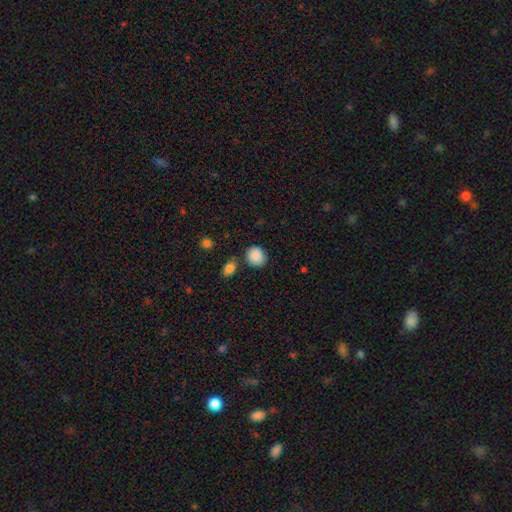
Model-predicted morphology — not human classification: Overall: smooth (89%). How rounded: round (77%). Merging: none (79%).